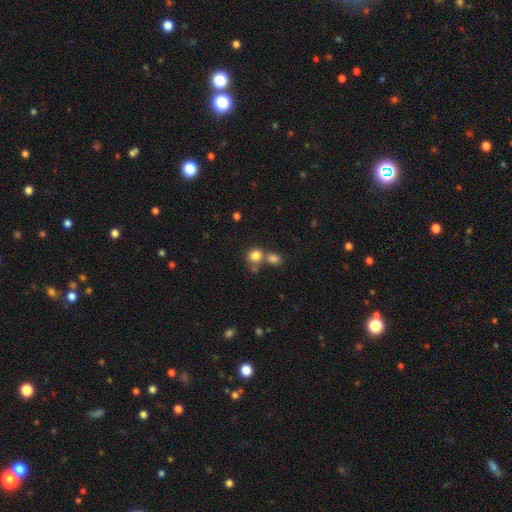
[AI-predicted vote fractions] Overall: smooth (81%). How rounded: round (83%). Merging: none (50%; merger 38%).